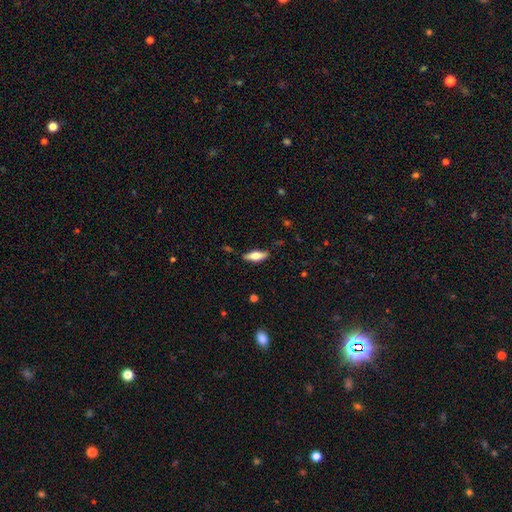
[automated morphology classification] Q: Smooth or featured?
A: smooth (62%); runner-up: featured or disk (31%)
Q: How rounded?
A: in between (65%); runner-up: cigar-shaped (32%)
Q: Merging?
A: none (81%); runner-up: minor disturbance (14%)